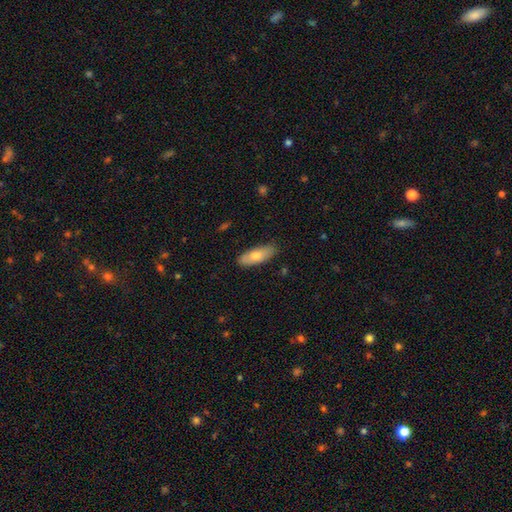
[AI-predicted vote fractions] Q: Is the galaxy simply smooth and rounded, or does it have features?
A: smooth — 71%.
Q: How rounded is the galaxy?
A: in between — 67%.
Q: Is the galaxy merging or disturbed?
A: none — 85%.